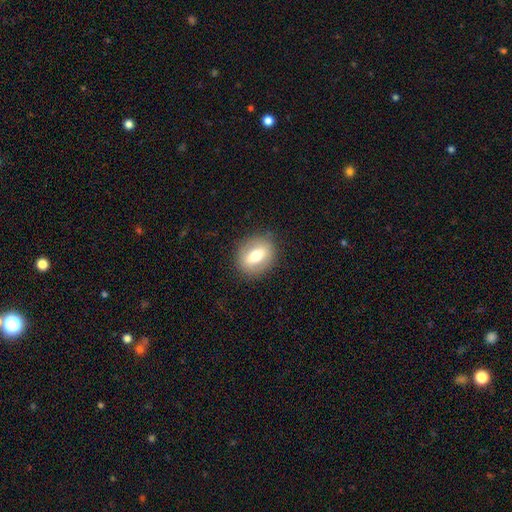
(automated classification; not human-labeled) Morphology: type=smooth (61%); roundness=in between (56%); merging=none (85%).